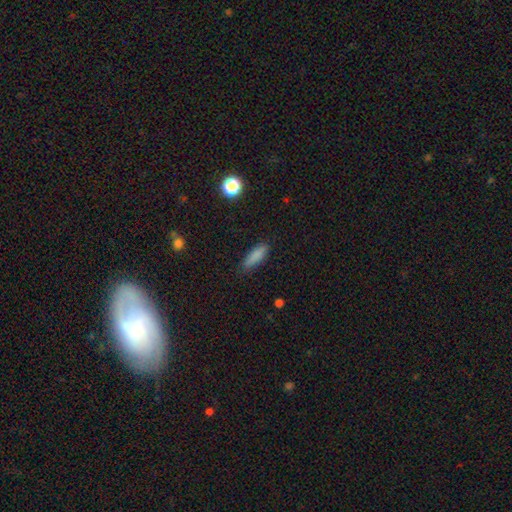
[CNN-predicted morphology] smooth_or_featured: smooth (p=0.85) [alt: star or artifact p=0.08]
how_rounded: cigar-shaped (p=0.49) [tied with: in between p=0.49]
merging: none (p=0.82) [alt: minor disturbance p=0.14]